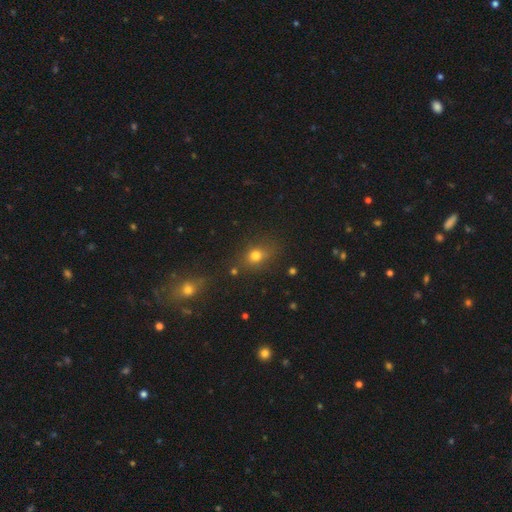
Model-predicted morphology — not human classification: Overall: smooth (73%). How rounded: round (53%; in between 44%). Merging: none (73%).